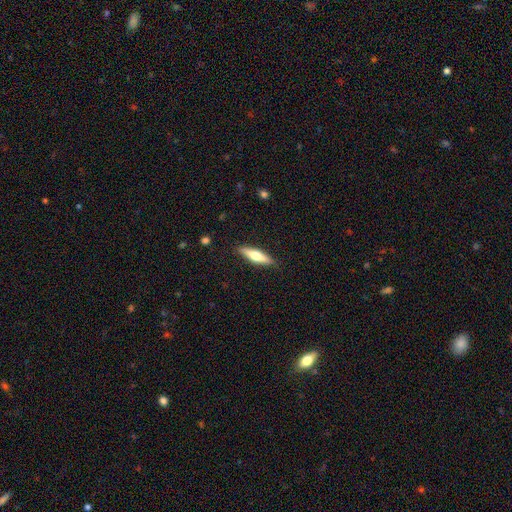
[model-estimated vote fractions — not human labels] smooth-or-featured: smooth: 50% | featured or disk: 44% | star or artifact: 5%
  how-rounded: cigar-shaped: 71% | in between: 27% | round: 2%
  merging: none: 88% | minor disturbance: 9% | major disturbance: 2% | merger: 1%